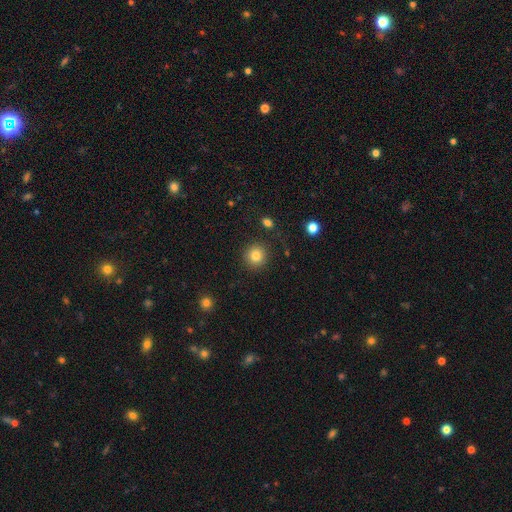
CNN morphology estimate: smooth-or-featured: smooth: 83% | star or artifact: 11% | featured or disk: 7%
  how-rounded: round: 93% | in between: 6% | cigar-shaped: 1%
  merging: none: 89% | minor disturbance: 7% | major disturbance: 3% | merger: 2%